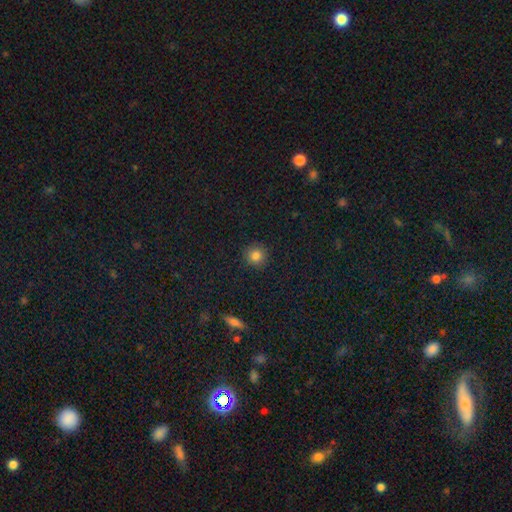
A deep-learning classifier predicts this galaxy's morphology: A smooth galaxy with no disk features (83%) that is round (93%). Merging: none (91%).